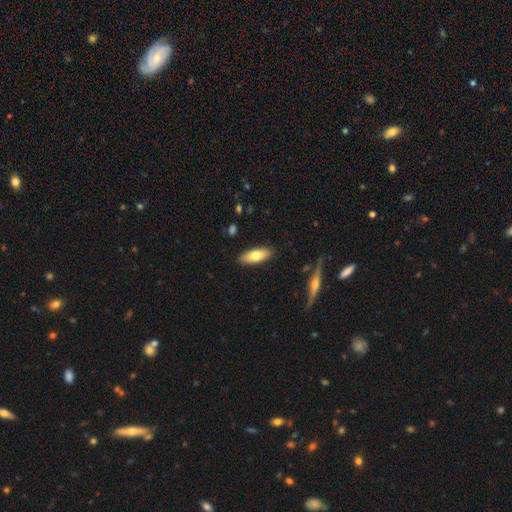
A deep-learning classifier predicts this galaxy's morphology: Smooth or featured? Predicted: smooth (p=0.70). How rounded? Predicted: in between (p=0.71). Merging? Predicted: none (p=0.88).